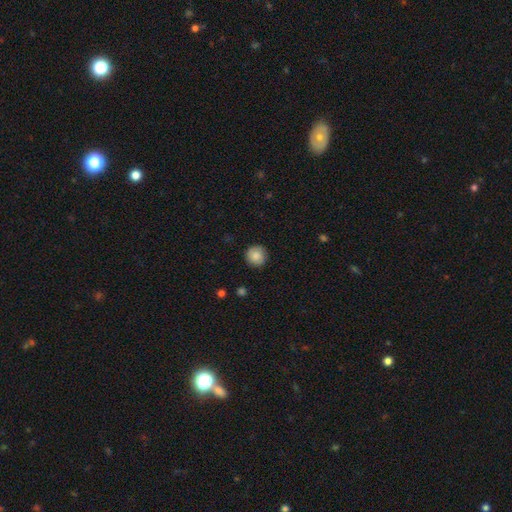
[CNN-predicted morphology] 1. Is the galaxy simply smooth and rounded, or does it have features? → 82% smooth, 10% featured or disk, 8% star or artifact.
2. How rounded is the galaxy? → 93% round, 6% in between, 1% cigar-shaped.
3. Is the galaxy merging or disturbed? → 87% none, 10% minor disturbance, 2% major disturbance, 1% merger.